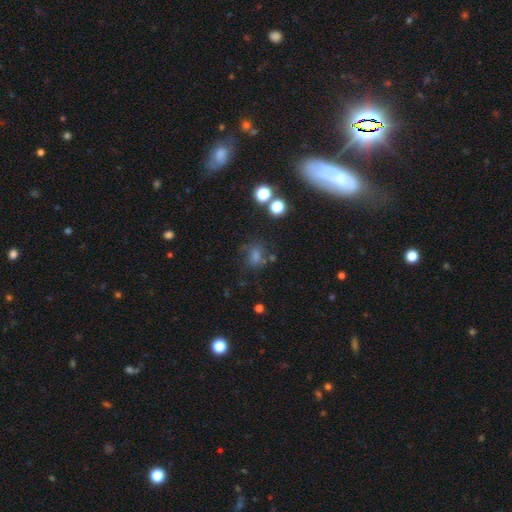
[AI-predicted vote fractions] Overall: smooth (69%). How rounded: in between (51%; round 47%). Merging: none (60%).